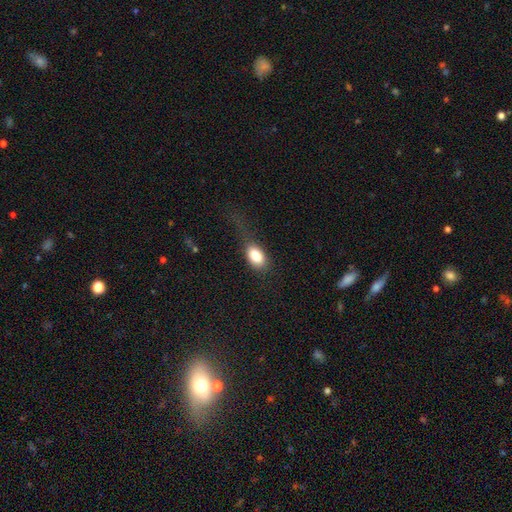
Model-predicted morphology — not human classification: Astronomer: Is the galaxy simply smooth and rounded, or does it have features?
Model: smooth — 83%.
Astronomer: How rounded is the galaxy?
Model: in between — 89%.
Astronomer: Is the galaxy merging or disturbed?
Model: none — 50%.